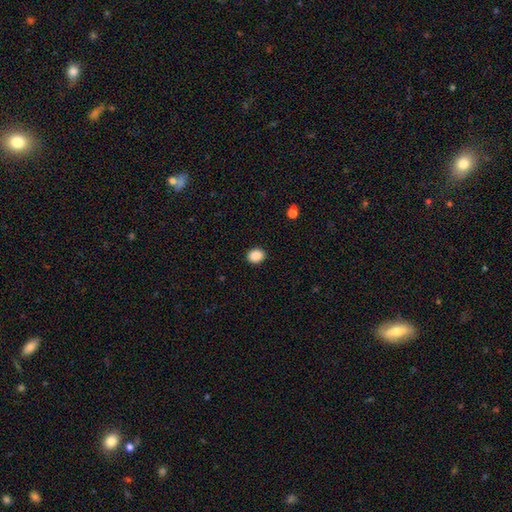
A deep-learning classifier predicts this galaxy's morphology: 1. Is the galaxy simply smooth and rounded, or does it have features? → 89% smooth, 9% star or artifact, 3% featured or disk.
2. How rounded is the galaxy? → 52% round, 47% in between, 1% cigar-shaped.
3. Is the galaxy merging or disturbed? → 91% none, 7% minor disturbance, 2% major disturbance, 1% merger.